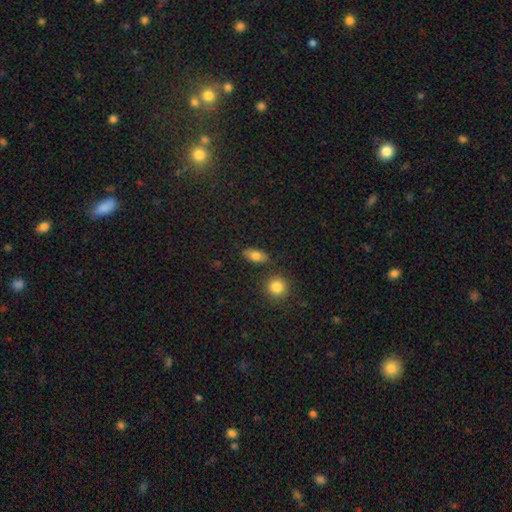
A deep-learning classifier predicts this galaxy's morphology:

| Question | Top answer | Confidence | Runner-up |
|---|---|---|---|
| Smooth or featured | smooth | 80% | featured or disk (12%) |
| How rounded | in between | 85% | cigar-shaped (8%) |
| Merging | none | 81% | minor disturbance (11%) |